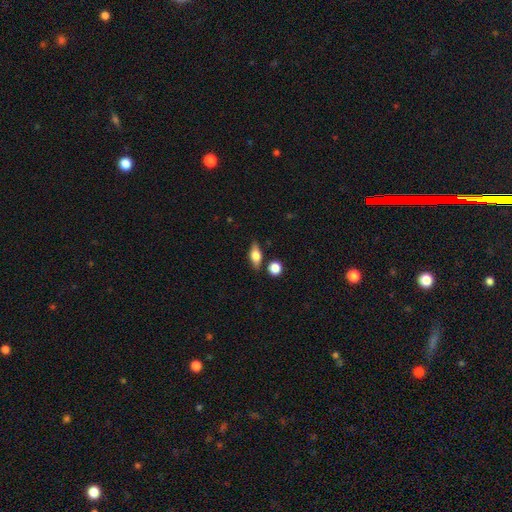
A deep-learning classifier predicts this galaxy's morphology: Q: Smooth or featured?
A: smooth (62%); runner-up: featured or disk (30%)
Q: How rounded?
A: in between (72%); runner-up: cigar-shaped (18%)
Q: Merging?
A: none (78%); runner-up: minor disturbance (13%)